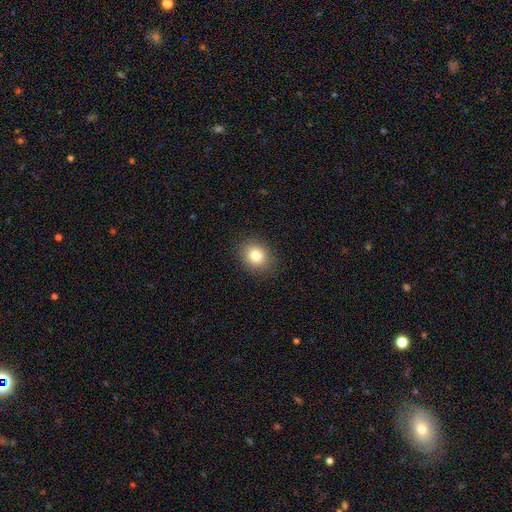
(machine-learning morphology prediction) Overall: smooth (81%). How rounded: round (60%; in between 39%). Merging: none (89%).